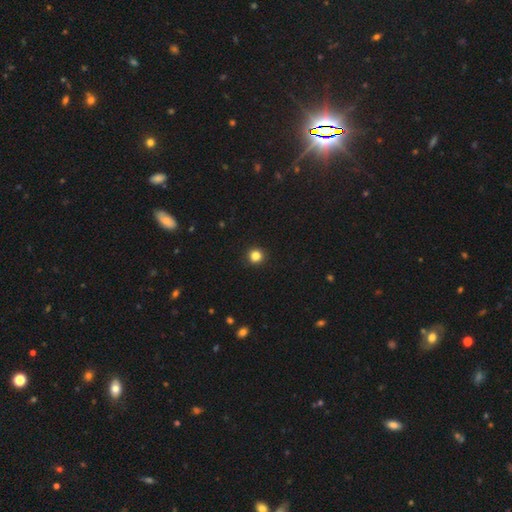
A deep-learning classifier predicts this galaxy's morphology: smooth 84%, star or artifact 12%, featured or disk 4%. Down the decision tree: how rounded — round (93%); merging — none (92%).